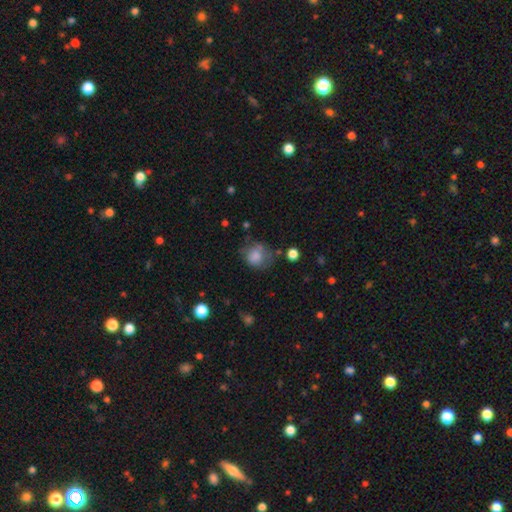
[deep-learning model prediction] Smooth or featured?
  - smooth: 78% *
  - featured or disk: 12%
  - star or artifact: 10%
How rounded?
  - round: 73% *
  - in between: 26%
  - cigar-shaped: 1%
Merging?
  - none: 51% *
  - minor disturbance: 28%
  - major disturbance: 17%
  - merger: 5%